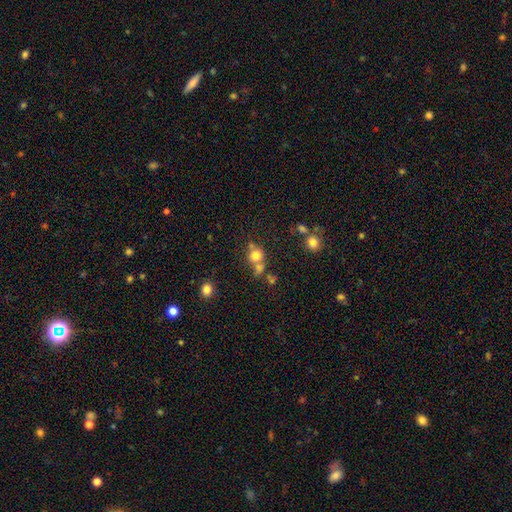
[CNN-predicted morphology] The model was most divided on "merging": none: 49%, merger: 36%, minor disturbance: 10%, major disturbance: 5%. More confident: how rounded — round (84%); smooth or featured — smooth (75%).